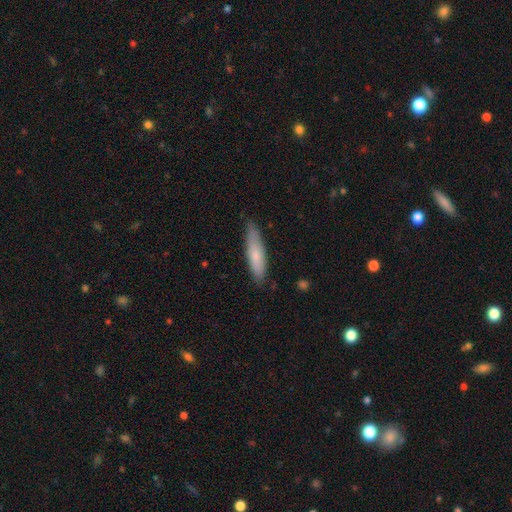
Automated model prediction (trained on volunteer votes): The model was most divided on "how rounded": cigar-shaped: 75%, in between: 23%, round: 1%. More confident: merging — none (81%); smooth or featured — smooth (74%).